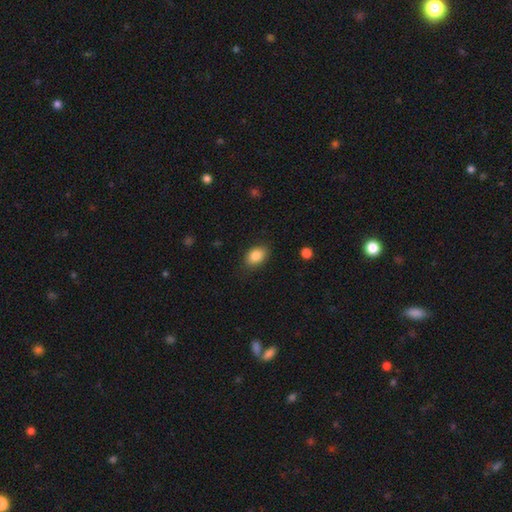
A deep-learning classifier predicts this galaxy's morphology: A smooth galaxy with no disk features (85%) that is in between round and cigar-shaped (81%). Merging: none (83%).